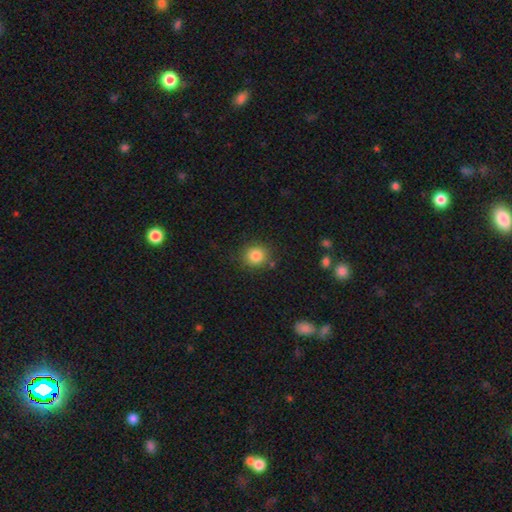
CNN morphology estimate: smooth 84%, star or artifact 10%, featured or disk 5%. Down the decision tree: how rounded — round (85%); merging — none (84%).